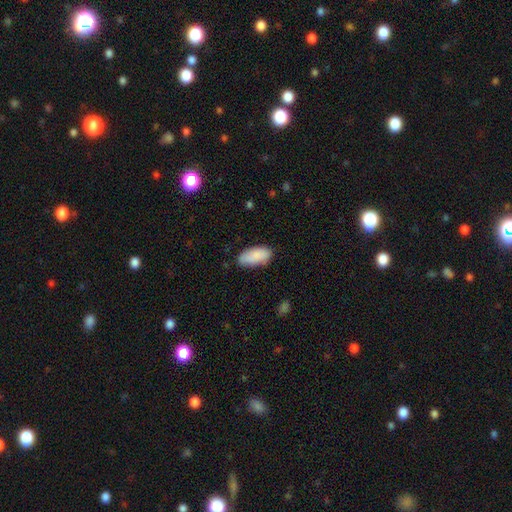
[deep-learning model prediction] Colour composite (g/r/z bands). It shows a smooth galaxy with no disk features (88%) that is in between round and cigar-shaped (89%). Merging: none (78%).